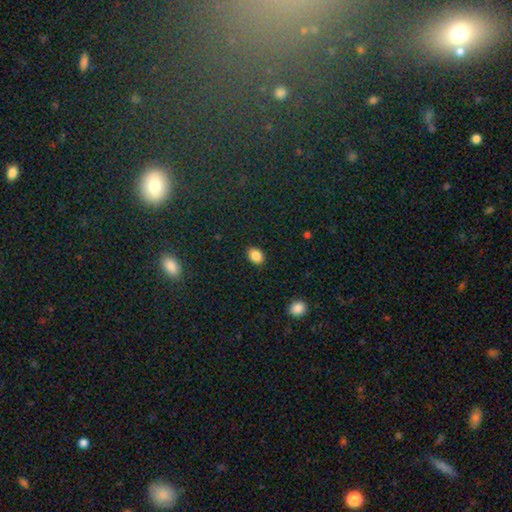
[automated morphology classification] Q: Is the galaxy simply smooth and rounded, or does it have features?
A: smooth — 87%.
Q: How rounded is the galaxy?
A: in between — 77%.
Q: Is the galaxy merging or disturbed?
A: none — 89%.